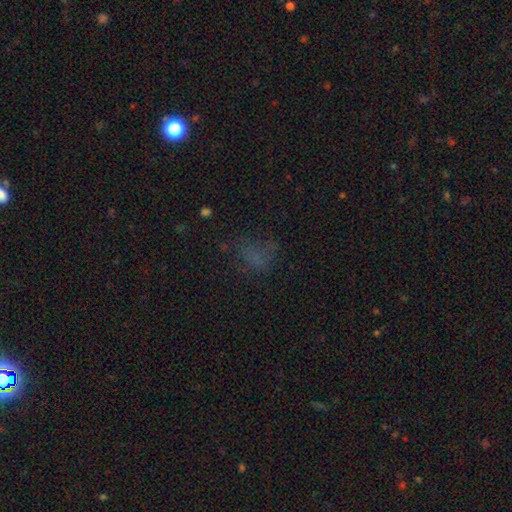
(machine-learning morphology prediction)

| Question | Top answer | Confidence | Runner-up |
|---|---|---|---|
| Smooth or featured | smooth | 50% | star or artifact (32%) |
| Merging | none | 52% | major disturbance (25%) |